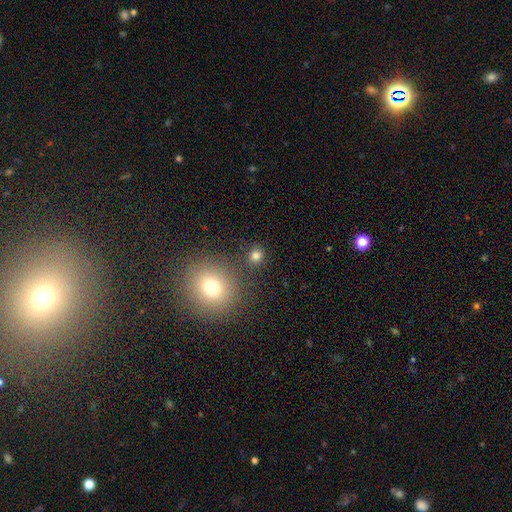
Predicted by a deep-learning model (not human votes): Overall: smooth (79%). How rounded: round (83%). Merging: none (81%).